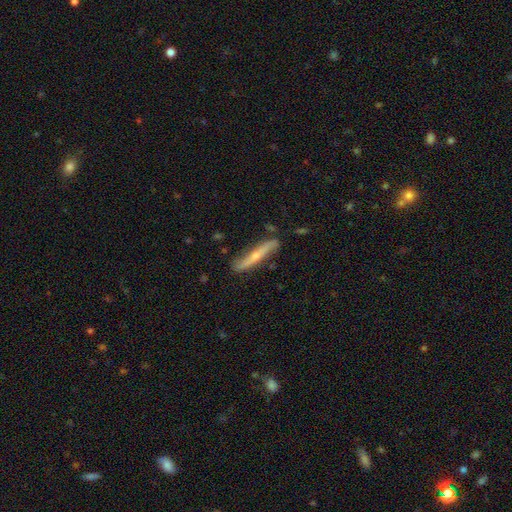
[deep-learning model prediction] Smooth or featured? featured or disk (63%)
Edge-on disk? yes (79%)
Edge-on bulge? rounded (83%)
Merging? none (78%)